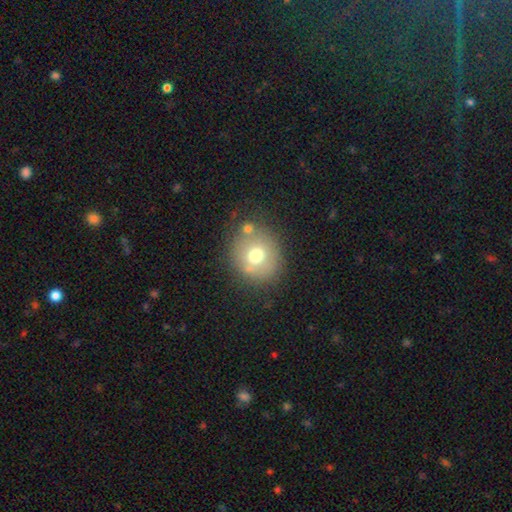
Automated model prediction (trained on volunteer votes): Overall: smooth (66%). How rounded: round (84%). Merging: none (73%).